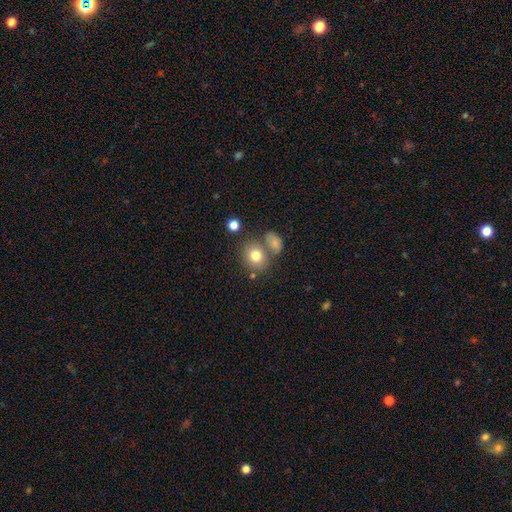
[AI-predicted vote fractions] smooth-or-featured: smooth: 78% | featured or disk: 11% | star or artifact: 11%
  how-rounded: round: 70% | in between: 29% | cigar-shaped: 1%
  merging: none: 62% | merger: 22% | minor disturbance: 12% | major disturbance: 5%